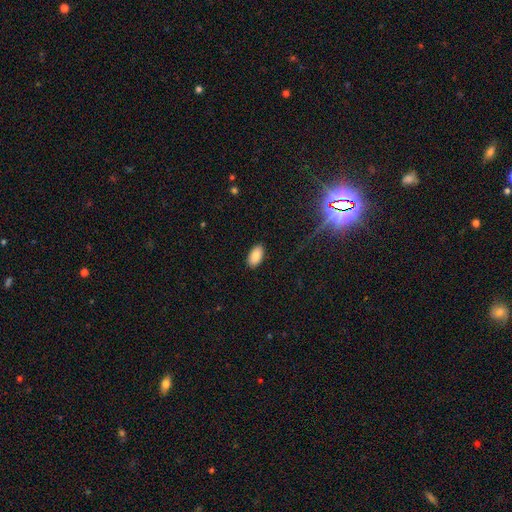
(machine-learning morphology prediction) smooth 86%, star or artifact 8%, featured or disk 6%. Down the decision tree: how rounded — in between (95%); merging — none (88%).